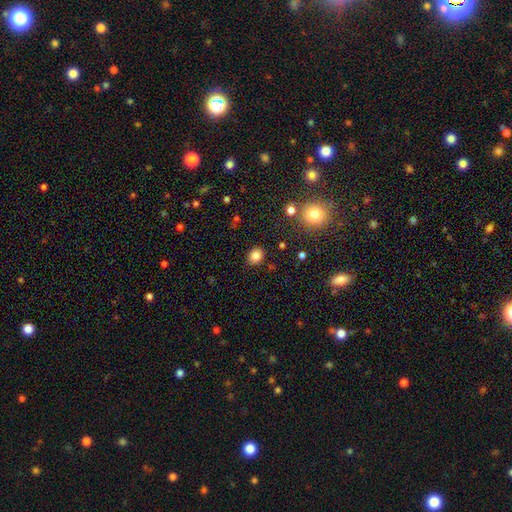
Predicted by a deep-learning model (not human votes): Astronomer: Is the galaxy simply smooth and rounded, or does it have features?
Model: smooth — 83%.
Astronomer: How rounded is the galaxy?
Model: round — 57% (runner-up: in between, 42%).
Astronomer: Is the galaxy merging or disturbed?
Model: none — 86%.